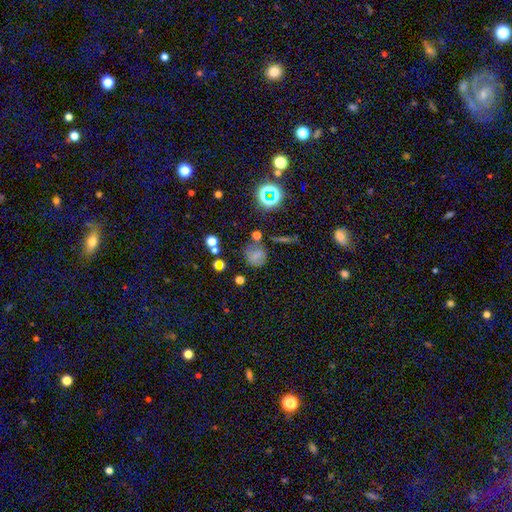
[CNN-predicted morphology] smooth-or-featured: smooth: 61% | star or artifact: 23% | featured or disk: 16%
  how-rounded: round: 77% | in between: 22% | cigar-shaped: 2%
  merging: none: 61% | minor disturbance: 20% | major disturbance: 11% | merger: 8%